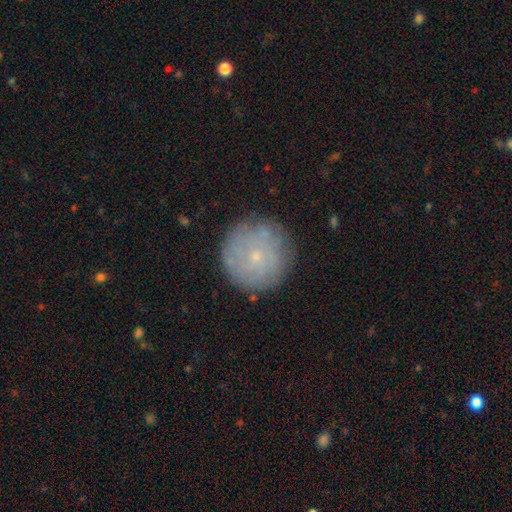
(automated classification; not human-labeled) Smooth or featured: smooth — 55% (featured or disk — 35%)
How rounded: round — 95% (in between — 4%)
Merging: none — 83% (minor disturbance — 12%)